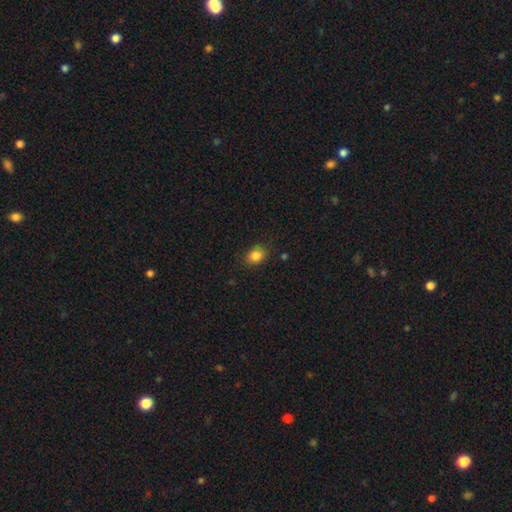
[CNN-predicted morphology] This is clearly a smooth galaxy (85%). How rounded: possibly in between (58%). Merging: clearly none (86%).